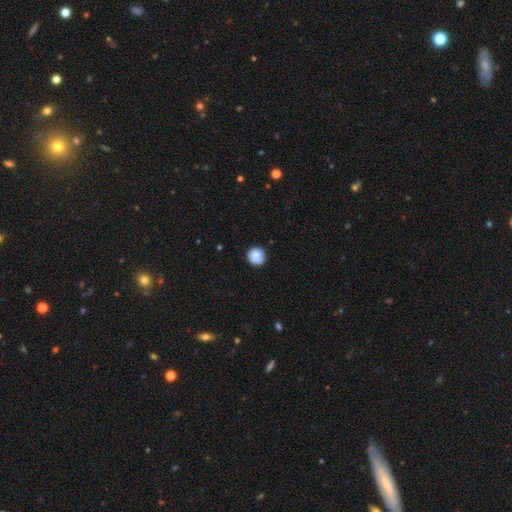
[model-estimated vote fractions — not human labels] smooth 79%, featured or disk 13%, star or artifact 8%. Down the decision tree: how rounded — round (91%); merging — none (79%).